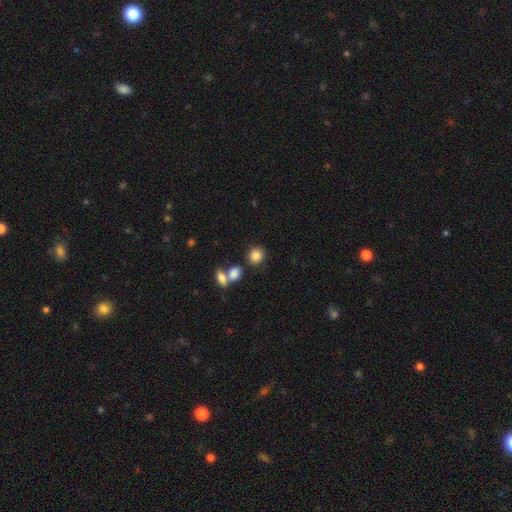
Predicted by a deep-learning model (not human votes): smooth-or-featured: smooth: 85% | star or artifact: 9% | featured or disk: 6%
  how-rounded: round: 74% | in between: 25% | cigar-shaped: 1%
  merging: none: 72% | merger: 16% | minor disturbance: 9% | major disturbance: 4%